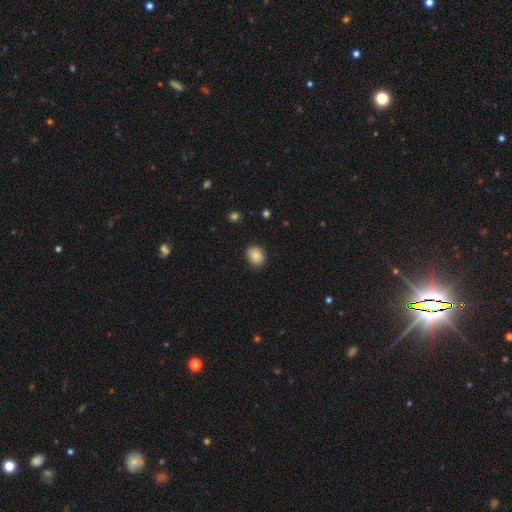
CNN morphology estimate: This appears to be a smooth galaxy with no disk features (87%) that is in between round and cigar-shaped (50%). Merging: none (85%).